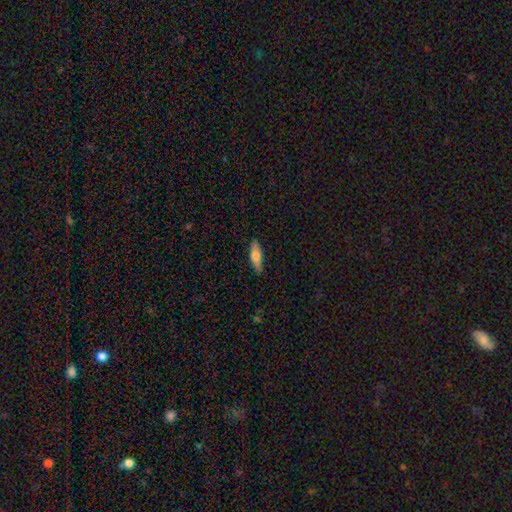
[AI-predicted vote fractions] Q: Smooth or featured?
A: smooth (66%); runner-up: featured or disk (28%)
Q: How rounded?
A: cigar-shaped (54%); runner-up: in between (43%)
Q: Merging?
A: none (86%); runner-up: minor disturbance (11%)